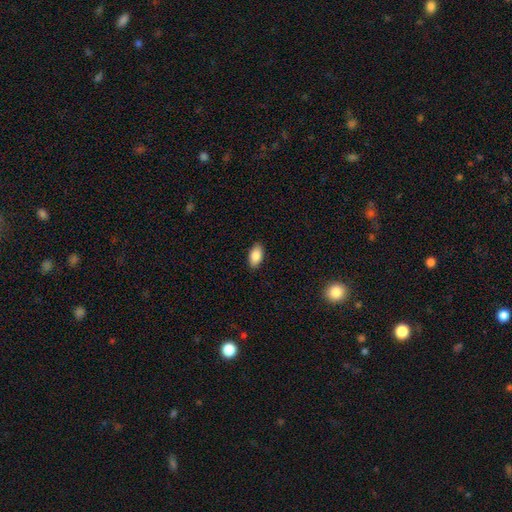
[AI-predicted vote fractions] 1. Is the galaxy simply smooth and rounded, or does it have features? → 88% smooth, 7% star or artifact, 5% featured or disk.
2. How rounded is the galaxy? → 94% in between, 4% round, 2% cigar-shaped.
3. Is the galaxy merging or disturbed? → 88% none, 9% minor disturbance, 2% major disturbance, 1% merger.